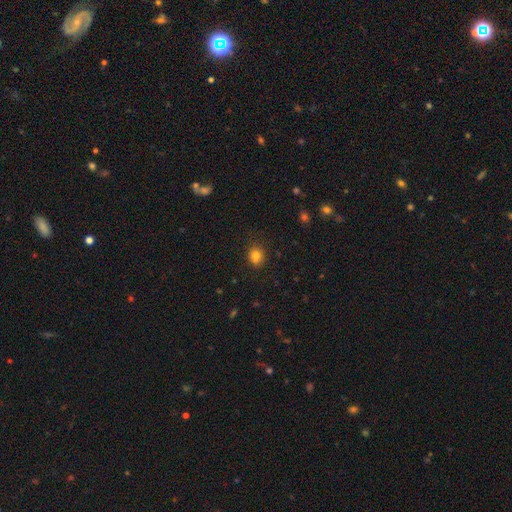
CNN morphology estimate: Smooth or featured? smooth (81%)
How rounded? round (59%)
Merging? none (80%)